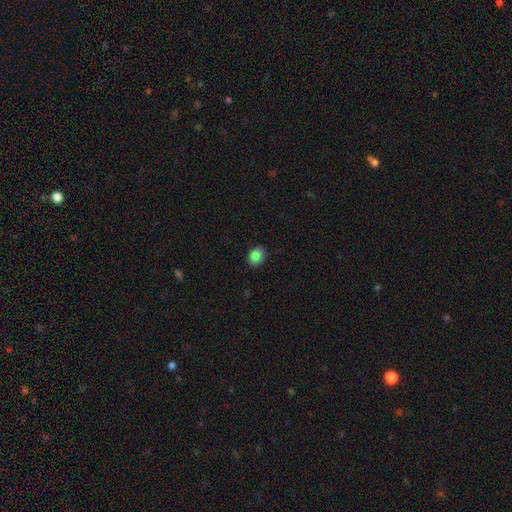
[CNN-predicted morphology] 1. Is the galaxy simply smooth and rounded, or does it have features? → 87% smooth, 9% star or artifact, 4% featured or disk.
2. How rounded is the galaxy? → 57% in between, 42% round, 1% cigar-shaped.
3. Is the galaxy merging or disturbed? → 87% none, 10% minor disturbance, 2% major disturbance, 1% merger.